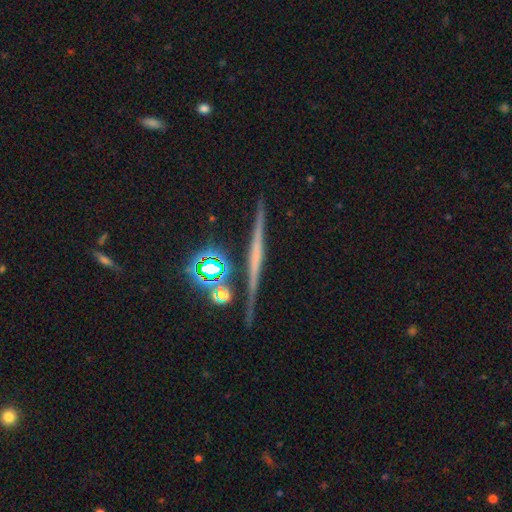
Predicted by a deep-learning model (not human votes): Morphology: type=featured or disk (59%); edge-on=yes (96%); edge-on bulge=none (76%); merging=none (86%).